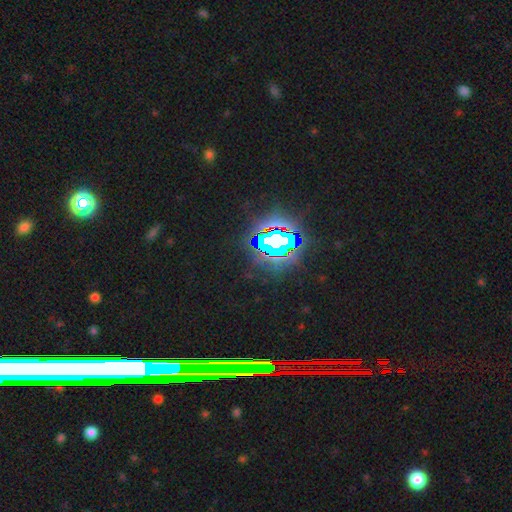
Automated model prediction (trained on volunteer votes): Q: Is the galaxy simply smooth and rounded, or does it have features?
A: star or artifact — 79%.